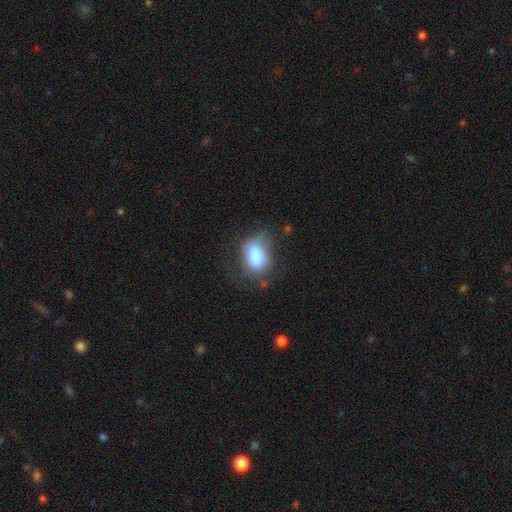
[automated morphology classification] A smooth galaxy with no disk features (75%) that is in between round and cigar-shaped (81%). Merging: none (37%).